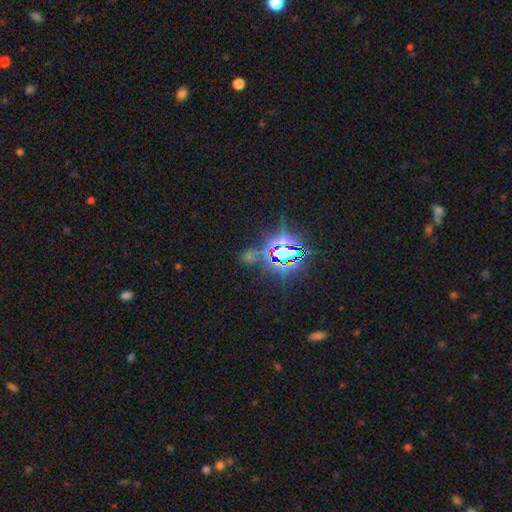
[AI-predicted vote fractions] Q: Smooth or featured?
A: star or artifact (79%); runner-up: smooth (13%)